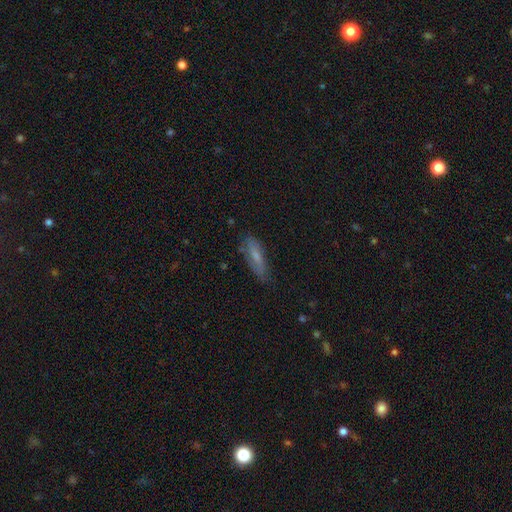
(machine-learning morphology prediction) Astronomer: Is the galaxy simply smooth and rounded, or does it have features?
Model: smooth — 61%.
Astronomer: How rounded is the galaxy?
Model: cigar-shaped — 56% (runner-up: in between, 42%).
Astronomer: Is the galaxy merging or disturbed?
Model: none — 72%.